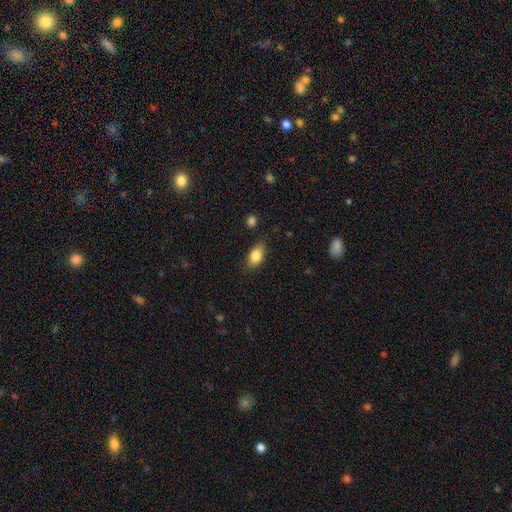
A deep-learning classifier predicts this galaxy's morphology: Q: Smooth or featured?
A: smooth (83%); runner-up: featured or disk (9%)
Q: How rounded?
A: in between (86%); runner-up: round (9%)
Q: Merging?
A: none (81%); runner-up: minor disturbance (15%)